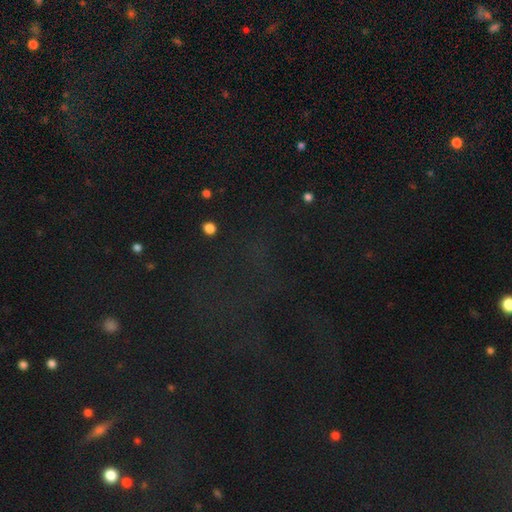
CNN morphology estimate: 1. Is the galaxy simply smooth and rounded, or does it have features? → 73% star or artifact, 17% smooth, 10% featured or disk.